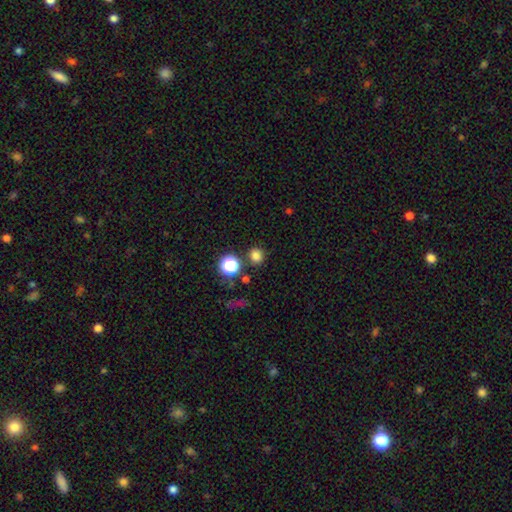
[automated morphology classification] Smooth or featured? smooth (78%)
How rounded? round (90%)
Merging? none (84%)